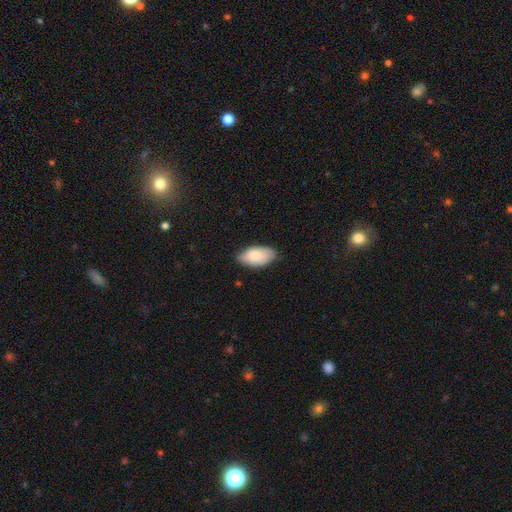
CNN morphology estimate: smooth 84%, featured or disk 10%, star or artifact 6%. Down the decision tree: how rounded — in between (95%); merging — none (77%).